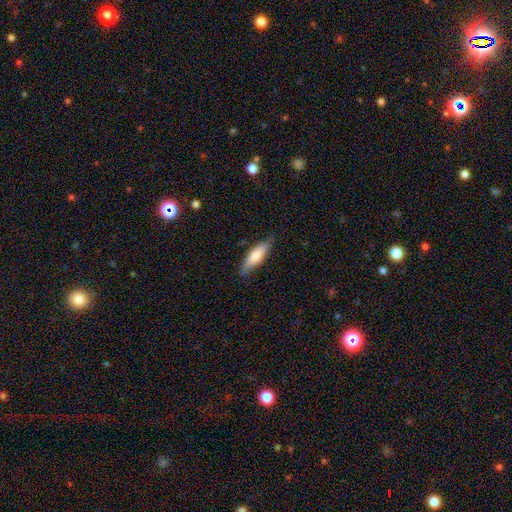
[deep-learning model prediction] Morphology: type=smooth (70%); roundness=cigar-shaped (55%); merging=none (80%).